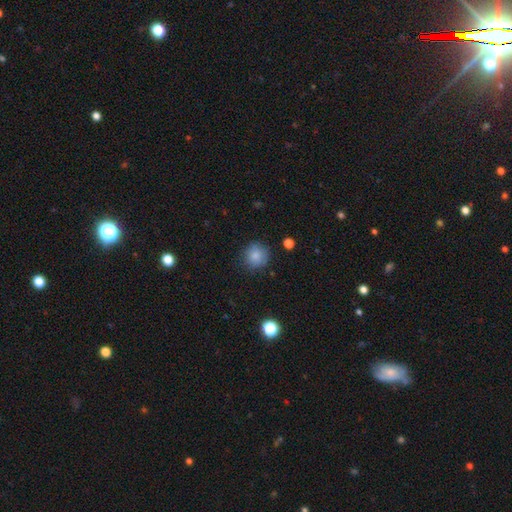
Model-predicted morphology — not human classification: smooth 84%, star or artifact 10%, featured or disk 7%. Down the decision tree: how rounded — round (91%); merging — none (82%).